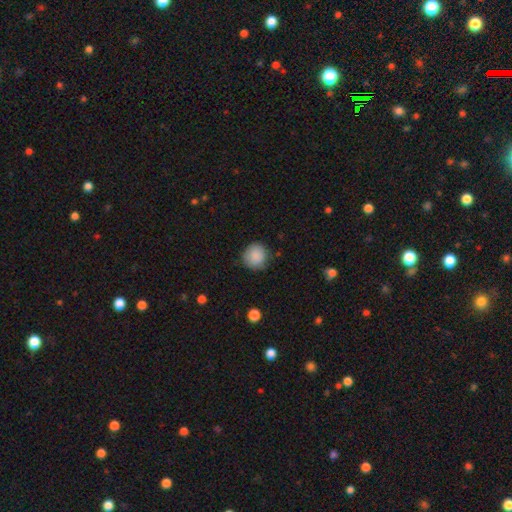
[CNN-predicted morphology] smooth_or_featured: smooth (p=0.88) [alt: star or artifact p=0.08]
how_rounded: round (p=0.90) [alt: in between p=0.09]
merging: none (p=0.81) [alt: minor disturbance p=0.15]